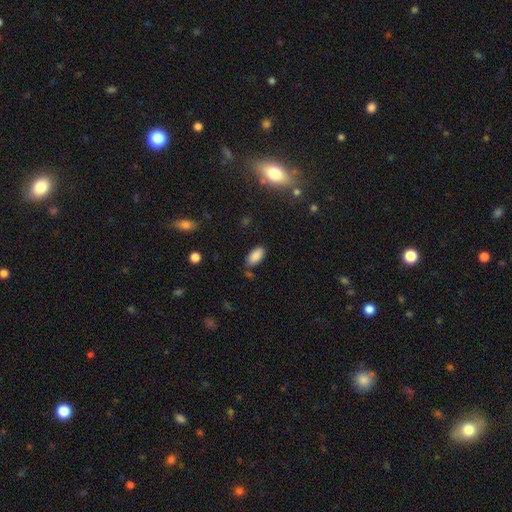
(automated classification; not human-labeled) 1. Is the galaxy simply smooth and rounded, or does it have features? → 87% smooth, 9% star or artifact, 5% featured or disk.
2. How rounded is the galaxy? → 93% in between, 5% cigar-shaped, 2% round.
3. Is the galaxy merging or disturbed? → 78% none, 15% minor disturbance, 4% merger, 3% major disturbance.